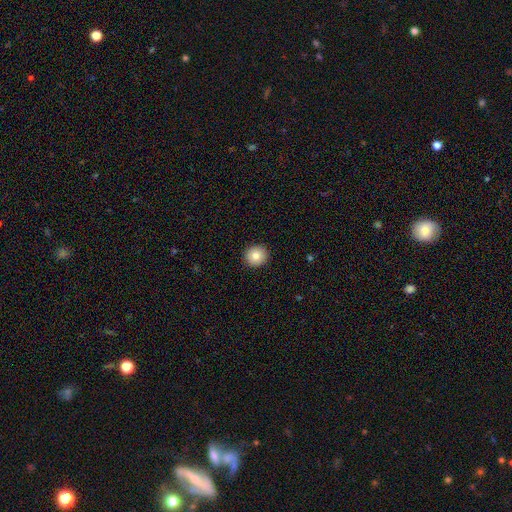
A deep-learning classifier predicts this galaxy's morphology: This is clearly a smooth galaxy (82%). How rounded: clearly round (92%). Merging: clearly none (92%).